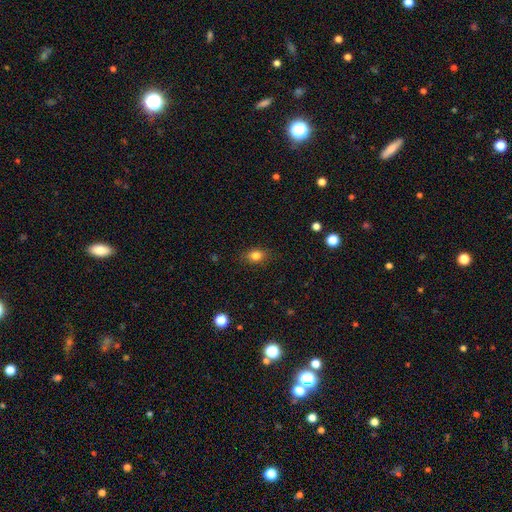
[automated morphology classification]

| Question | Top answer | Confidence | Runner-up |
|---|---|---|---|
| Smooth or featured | smooth | 82% | star or artifact (10%) |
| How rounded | in between | 75% | round (22%) |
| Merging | none | 84% | minor disturbance (12%) |